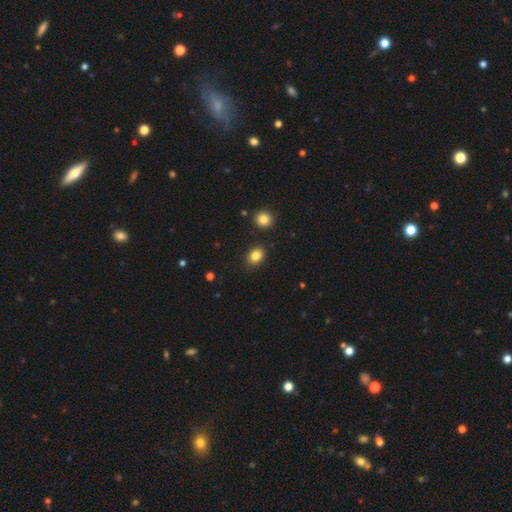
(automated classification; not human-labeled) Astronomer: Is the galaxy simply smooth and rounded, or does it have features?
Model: smooth — 85%.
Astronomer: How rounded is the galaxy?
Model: in between — 53% (runner-up: round, 46%).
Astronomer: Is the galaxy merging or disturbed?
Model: none — 87%.